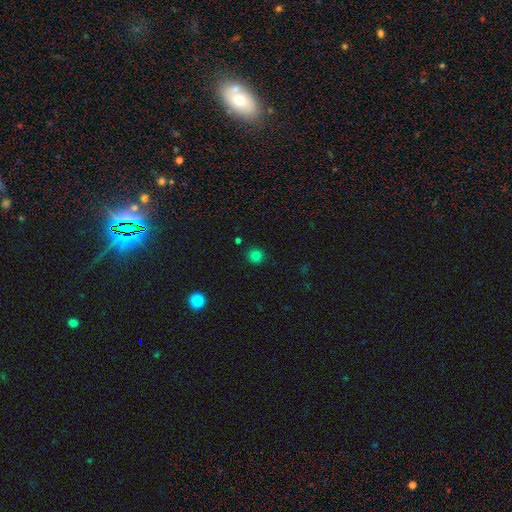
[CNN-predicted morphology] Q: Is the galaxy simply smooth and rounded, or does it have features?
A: smooth — 80%.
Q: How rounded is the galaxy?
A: round — 93%.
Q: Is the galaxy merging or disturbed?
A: none — 90%.